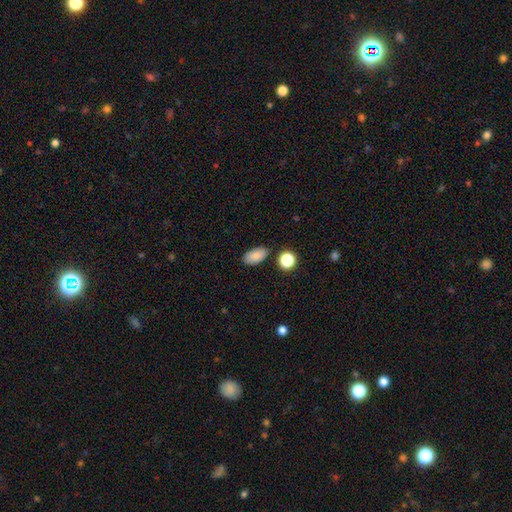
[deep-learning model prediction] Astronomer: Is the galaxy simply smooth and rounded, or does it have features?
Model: smooth — 85%.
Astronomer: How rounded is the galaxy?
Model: in between — 93%.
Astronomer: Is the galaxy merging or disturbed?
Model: none — 83%.